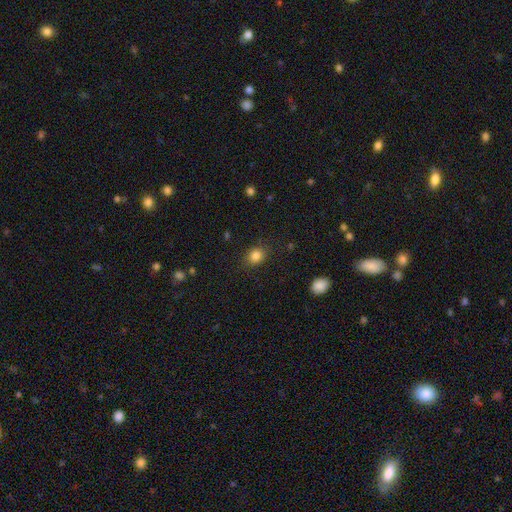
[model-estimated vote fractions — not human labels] This appears to be a smooth galaxy with no disk features (84%) that is round (59%). Merging: none (82%).